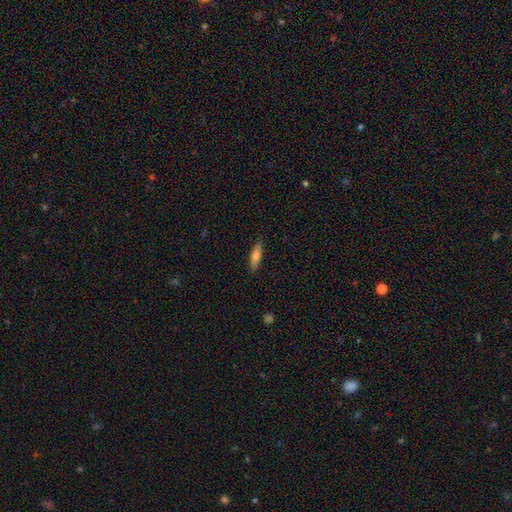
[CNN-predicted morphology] smooth-or-featured: smooth: 76% | featured or disk: 18% | star or artifact: 7%
  how-rounded: cigar-shaped: 51% | in between: 47% | round: 2%
  merging: none: 87% | minor disturbance: 10% | major disturbance: 2% | merger: 1%